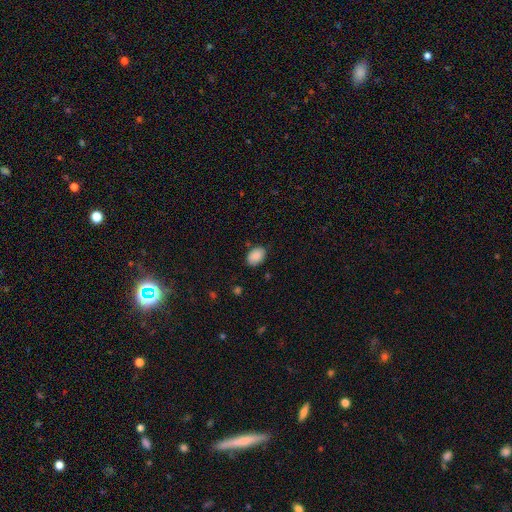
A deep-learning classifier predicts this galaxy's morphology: Smooth or featured: smooth — 89% (star or artifact — 7%)
How rounded: in between — 81% (round — 18%)
Merging: none — 81% (minor disturbance — 14%)